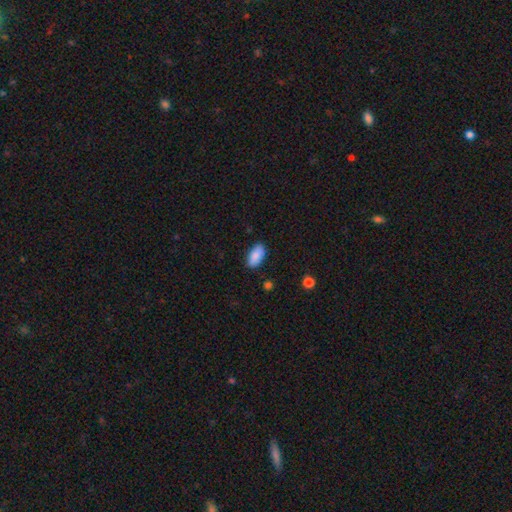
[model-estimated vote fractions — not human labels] Smooth or featured? smooth (85%)
How rounded? in between (94%)
Merging? none (82%)